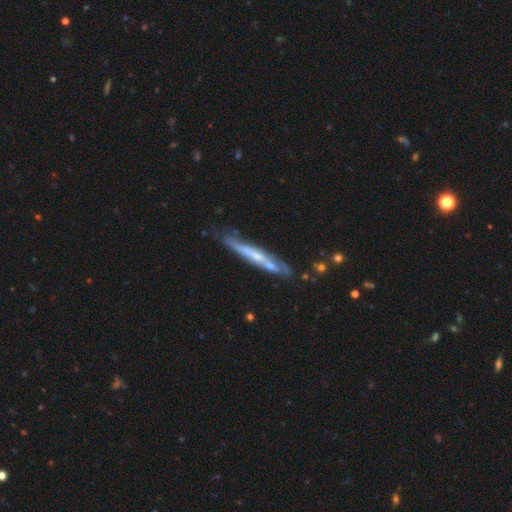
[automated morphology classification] The model was most divided on "edge-on bulge": none: 53%, rounded: 39%, boxy: 8%. More confident: edge-on disk — yes (82%); smooth or featured — featured or disk (67%); merging — none (60%).